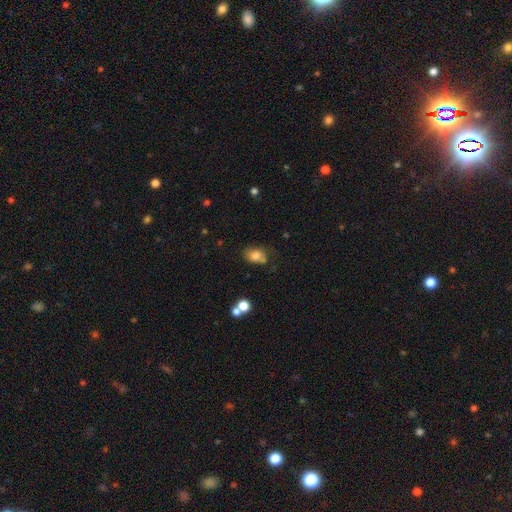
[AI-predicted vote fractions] smooth 79%, featured or disk 11%, star or artifact 10%. Down the decision tree: how rounded — in between (75%); merging — none (57%).